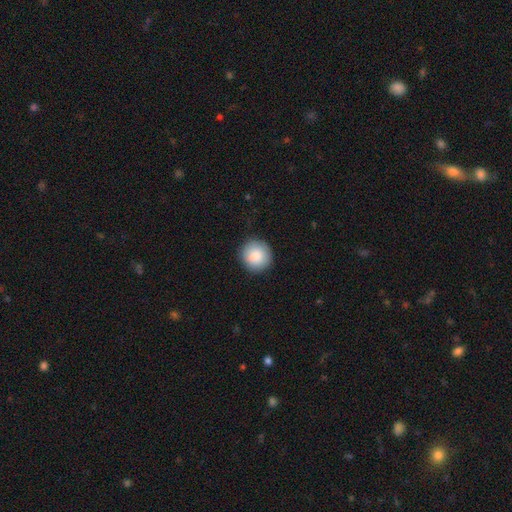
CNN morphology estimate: Smooth or featured? Predicted: smooth (p=0.86). How rounded? Predicted: round (p=0.93). Merging? Predicted: none (p=0.89).